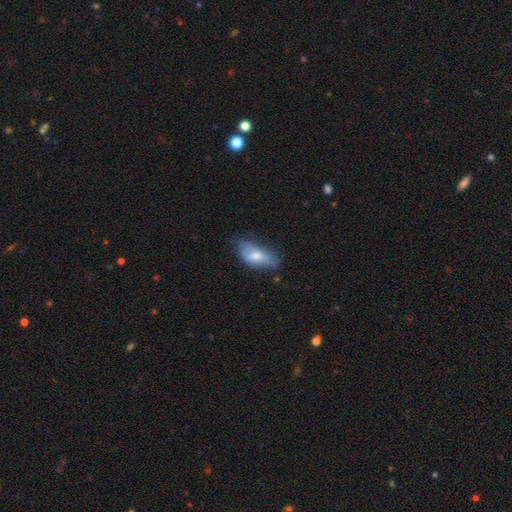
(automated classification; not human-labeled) Q: Smooth or featured?
A: smooth (60%); runner-up: featured or disk (33%)
Q: How rounded?
A: in between (88%); runner-up: cigar-shaped (9%)
Q: Merging?
A: none (45%); runner-up: minor disturbance (37%)